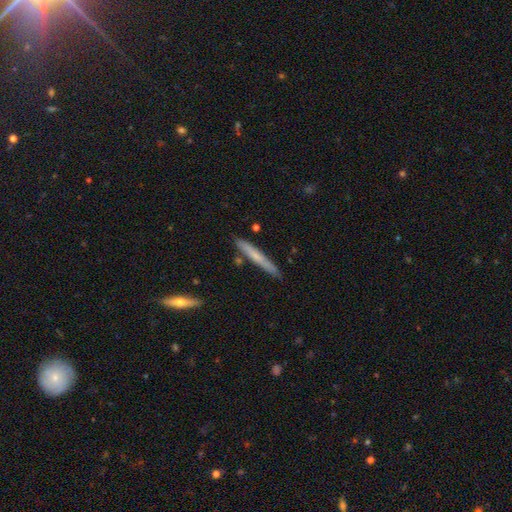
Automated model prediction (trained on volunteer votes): Morphology: type=smooth (57%); roundness=cigar-shaped (96%); merging=none (84%).